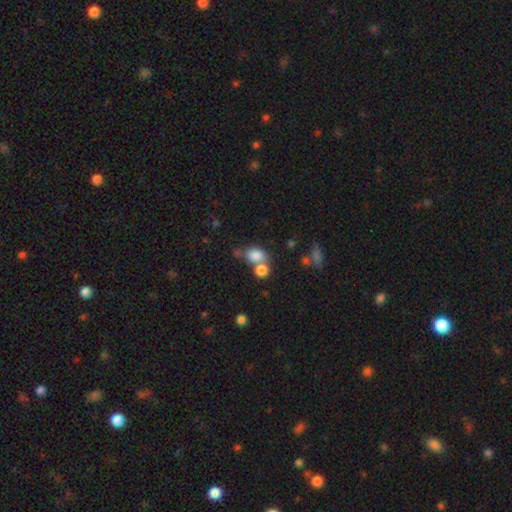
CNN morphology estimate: type=smooth (80%); roundness=in between (58%); merging=merger (48%).